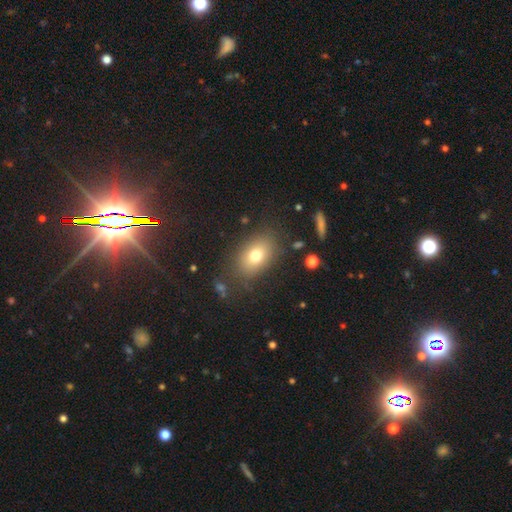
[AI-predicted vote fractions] Morphology: type=smooth (74%); roundness=in between (79%); merging=none (80%).